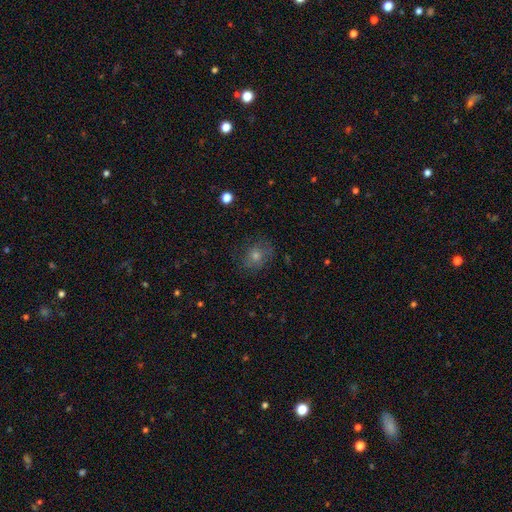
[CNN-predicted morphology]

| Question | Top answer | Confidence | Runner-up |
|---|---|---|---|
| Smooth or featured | smooth | 65% | featured or disk (19%) |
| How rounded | round | 64% | in between (35%) |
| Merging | none | 75% | minor disturbance (17%) |